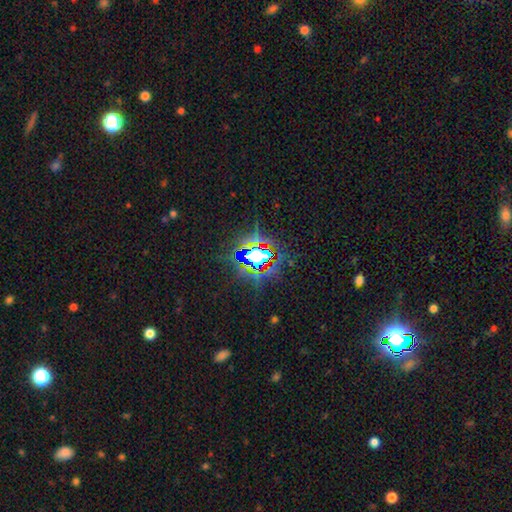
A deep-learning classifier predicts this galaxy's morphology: This is likely a star or artifact rather than a galaxy (73%).